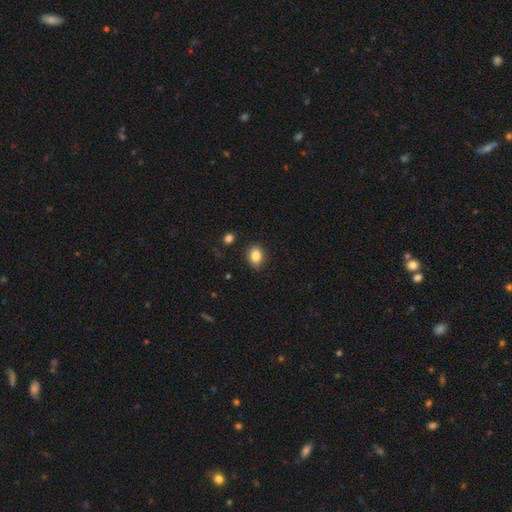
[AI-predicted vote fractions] A smooth galaxy with no disk features (86%) that is in between round and cigar-shaped (65%). Merging: none (83%).